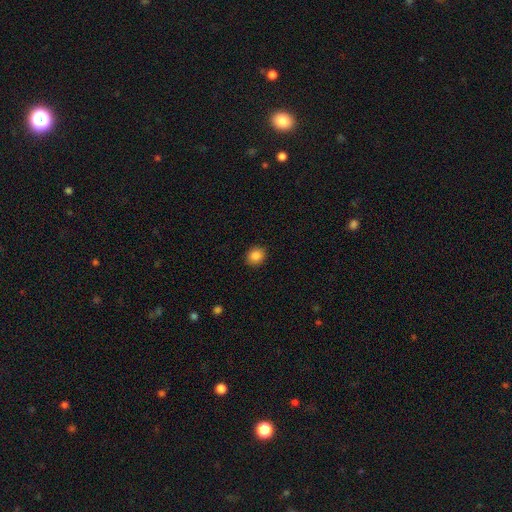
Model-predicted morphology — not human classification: This appears to be a smooth galaxy with no disk features (86%) that is round (72%). Merging: none (91%).